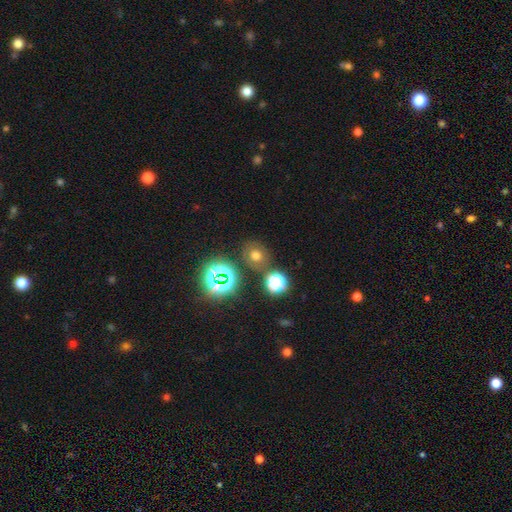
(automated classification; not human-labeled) Smooth or featured?
  - smooth: 57% *
  - star or artifact: 32%
  - featured or disk: 11%
How rounded?
  - round: 72% *
  - in between: 27%
  - cigar-shaped: 1%
Merging?
  - none: 77% *
  - minor disturbance: 11%
  - merger: 8%
  - major disturbance: 4%